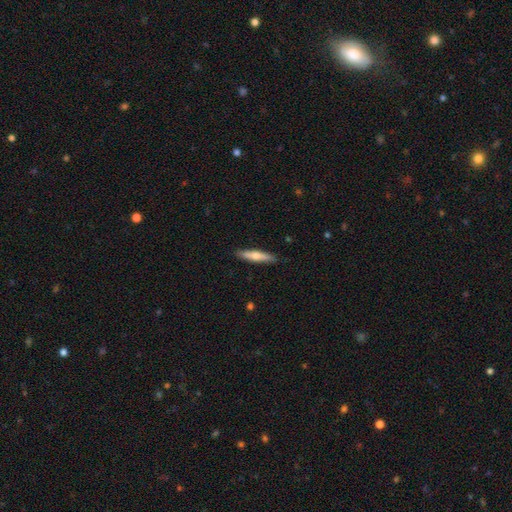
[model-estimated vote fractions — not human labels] Q: Smooth or featured?
A: smooth (58%); runner-up: featured or disk (37%)
Q: How rounded?
A: cigar-shaped (87%); runner-up: in between (11%)
Q: Merging?
A: none (88%); runner-up: minor disturbance (9%)